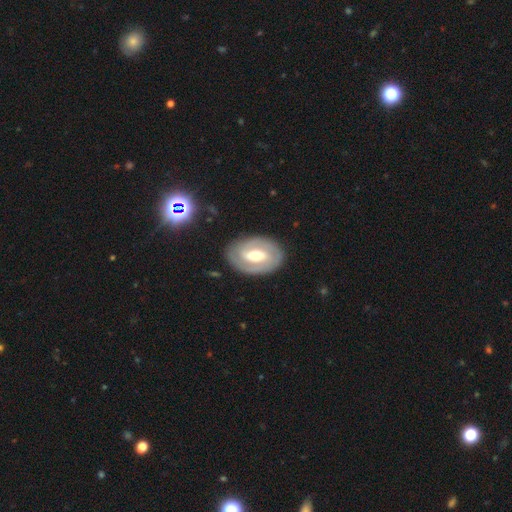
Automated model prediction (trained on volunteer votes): This is likely a featured or disk galaxy (78%). It is clearly not viewed edge-on (96%). Bar: marginally weak (43%). Spiral arm pattern: likely yes (80%). Spiral arm count: likely 2 (76%). Spiral winding: likely tight (61%). Central bulge: likely moderate (68%). Merging: clearly none (84%).